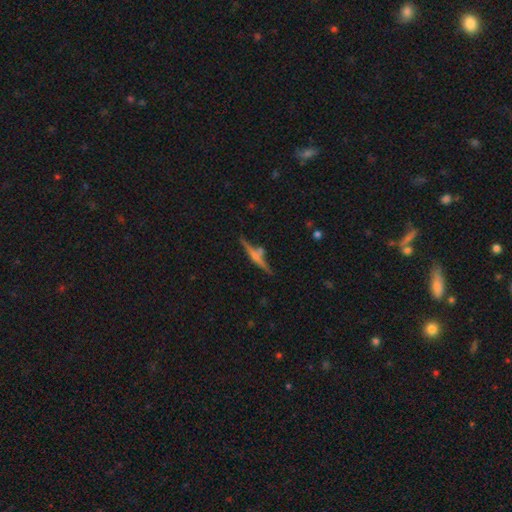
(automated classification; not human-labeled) A featured or disk galaxy (61%) viewed edge-on (94%) with a rounded central bulge (62%). Merging: none (68%).